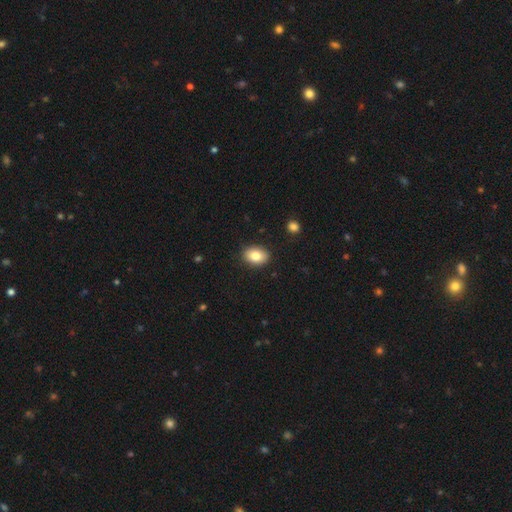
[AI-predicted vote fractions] smooth 83%, featured or disk 9%, star or artifact 8%. Down the decision tree: how rounded — in between (76%); merging — none (88%).